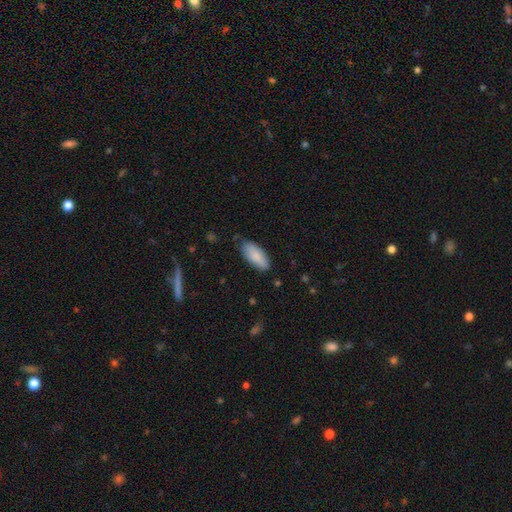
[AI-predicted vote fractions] smooth 86%, featured or disk 9%, star or artifact 6%. Down the decision tree: how rounded — in between (84%); merging — none (78%).